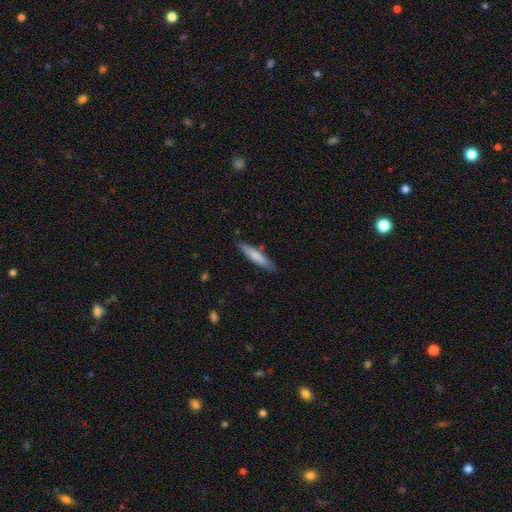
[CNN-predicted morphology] A smooth galaxy with no disk features (76%) that is cigar-shaped (85%).

Vote fractions:
- Smooth or featured? smooth: 76% / featured or disk: 18% / star or artifact: 5%
- How rounded? cigar-shaped: 85% / in between: 14% / round: 1%
- Merging? none: 85% / minor disturbance: 12% / major disturbance: 2% / merger: 2%